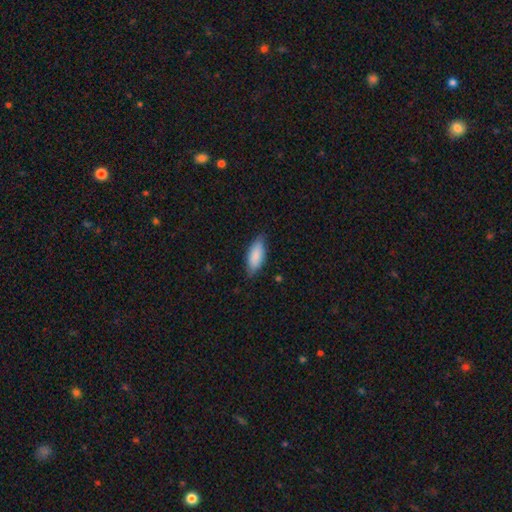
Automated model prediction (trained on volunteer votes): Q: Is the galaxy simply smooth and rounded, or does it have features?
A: smooth — 85%.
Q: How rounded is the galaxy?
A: in between — 81%.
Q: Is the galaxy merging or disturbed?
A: none — 77%.